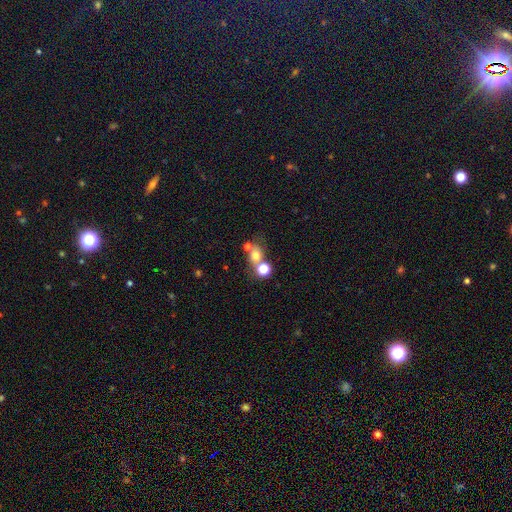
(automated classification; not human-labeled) Morphology: type=smooth (66%); roundness=round (74%); merging=none (47%).